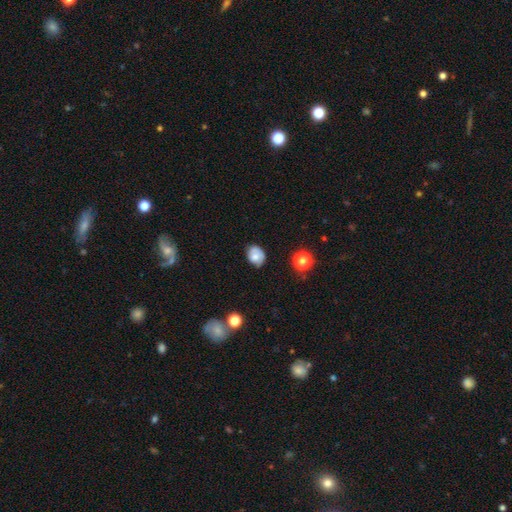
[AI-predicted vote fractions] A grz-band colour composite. It shows a smooth galaxy with no disk features (71%) that is in between round and cigar-shaped (54%). Merging: none (66%).